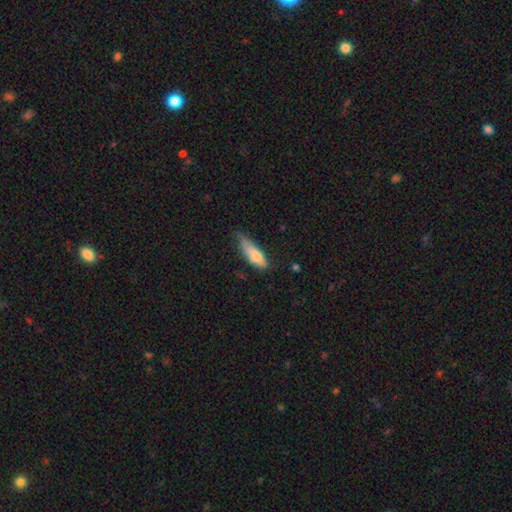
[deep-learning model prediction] This appears to be a smooth galaxy with no disk features (74%) that is in between round and cigar-shaped (52%). Merging: minor disturbance (45%).